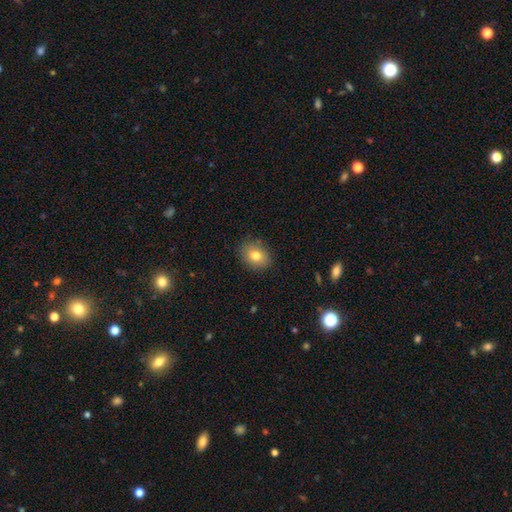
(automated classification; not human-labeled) Q: Smooth or featured?
A: smooth (79%); runner-up: featured or disk (11%)
Q: How rounded?
A: in between (54%); runner-up: round (45%)
Q: Merging?
A: none (88%); runner-up: minor disturbance (9%)